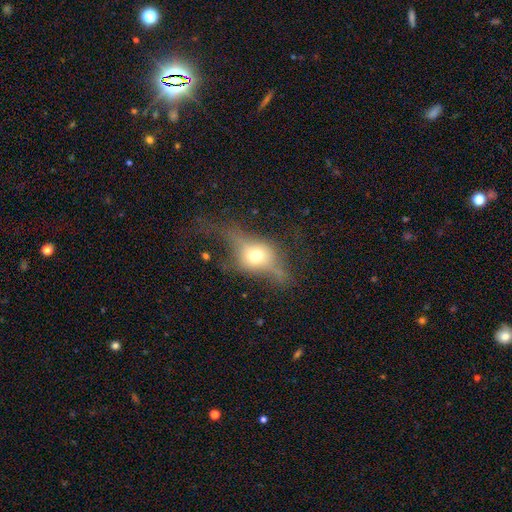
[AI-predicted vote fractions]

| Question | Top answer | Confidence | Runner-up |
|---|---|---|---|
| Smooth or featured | featured or disk | 54% | smooth (35%) |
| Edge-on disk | yes | 70% | no (30%) |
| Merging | none | 44% | major disturbance (30%) |